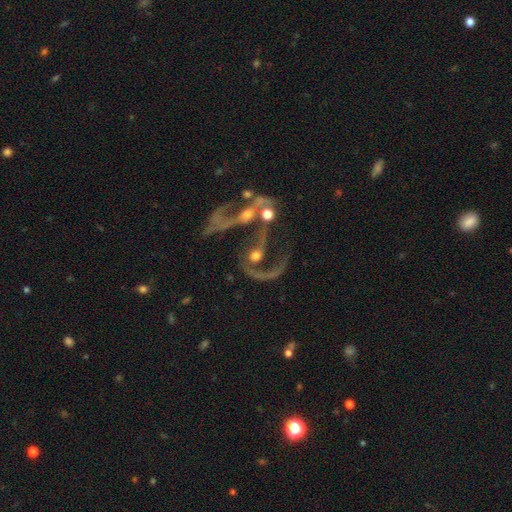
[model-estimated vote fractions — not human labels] Smooth or featured? featured or disk (72%)
Edge-on disk? no (96%)
Bar? no (69%)
Spiral arms? yes (77%)
Spiral winding? loose (72%)
Spiral arm count? 2 (62%)
Bulge size? moderate (49%)
Merging? merger (46%)